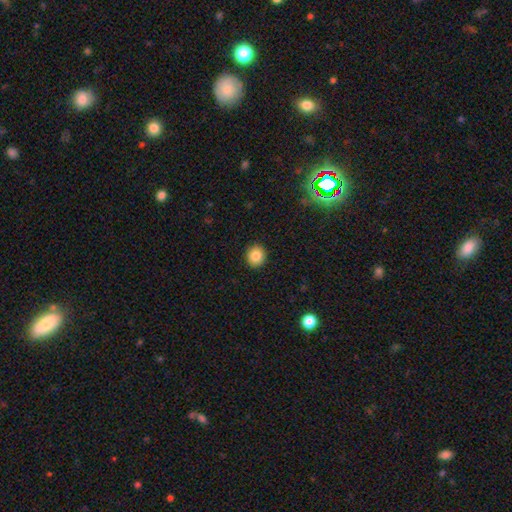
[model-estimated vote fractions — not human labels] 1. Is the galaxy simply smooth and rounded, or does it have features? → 84% smooth, 9% star or artifact, 6% featured or disk.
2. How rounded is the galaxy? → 86% round, 13% in between, 1% cigar-shaped.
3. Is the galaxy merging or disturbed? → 92% none, 5% minor disturbance, 2% major disturbance, 1% merger.